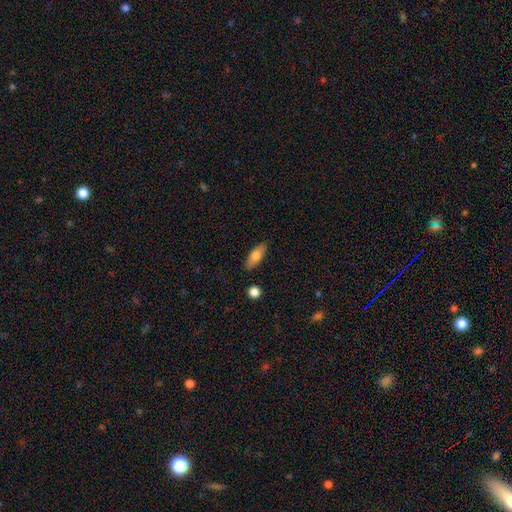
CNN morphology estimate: smooth_or_featured: smooth (p=0.75) [alt: featured or disk p=0.18]
how_rounded: in between (p=0.71) [alt: cigar-shaped p=0.26]
merging: none (p=0.86) [alt: minor disturbance p=0.10]